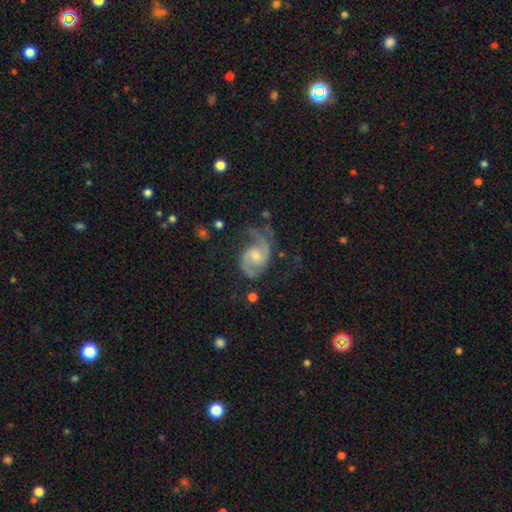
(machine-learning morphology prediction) Smooth or featured?
  - featured or disk: 88% *
  - smooth: 7%
  - star or artifact: 5%
Edge-on disk?
  - no: 98% *
  - yes: 2%
Bar?
  - no: 60% *
  - weak: 34%
  - strong: 6%
Spiral arms?
  - yes: 97% *
  - no: 3%
Spiral winding?
  - medium: 53% *
  - loose: 25%
  - tight: 22%
Spiral arm count?
  - 2: 87% *
  - 1: 6%
  - can't tell: 4%
  - 3: 2%
  - 4: 1%
  - more than 4: 1%
Bulge size?
  - moderate: 53% *
  - small: 38%
  - large: 4%
  - none: 3%
  - dominant: 1%
Merging?
  - none: 59% *
  - minor disturbance: 23%
  - major disturbance: 16%
  - merger: 2%